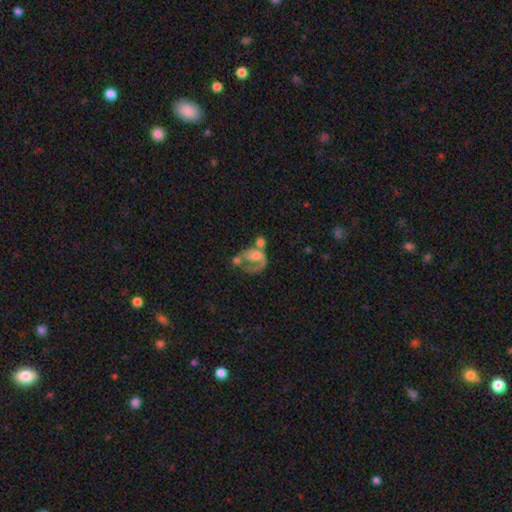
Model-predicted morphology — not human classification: type=featured or disk (64%); edge-on=no (98%); bar=no (65%); spiral arms=yes (70%); bulge=moderate (37%); merging=merger (38%).